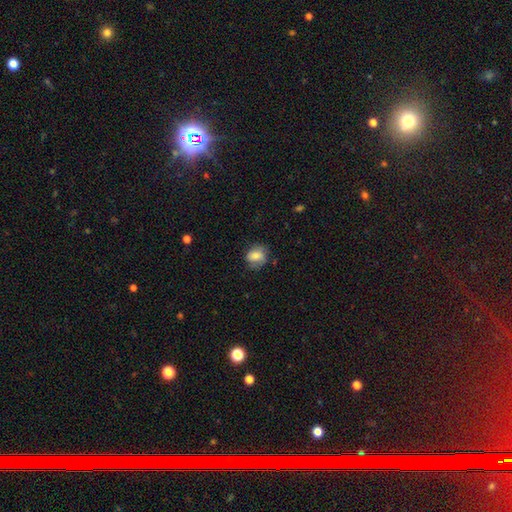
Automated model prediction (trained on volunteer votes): Smooth or featured?
  - smooth: 76% *
  - featured or disk: 16%
  - star or artifact: 8%
How rounded?
  - round: 60% *
  - in between: 39%
  - cigar-shaped: 1%
Merging?
  - none: 66% *
  - minor disturbance: 25%
  - major disturbance: 8%
  - merger: 2%